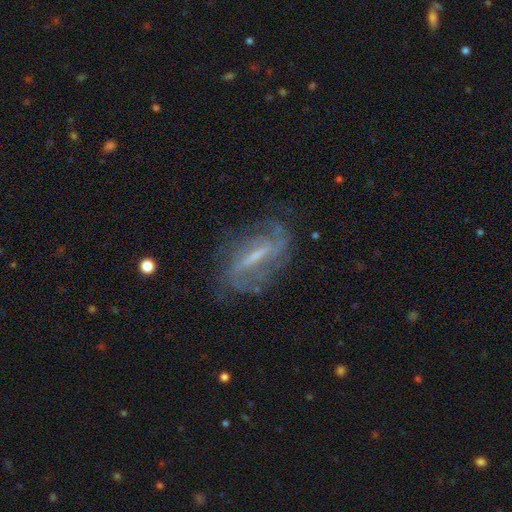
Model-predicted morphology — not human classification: This appears to be a featured or disk galaxy (79%) with a strong bar (57%), tight (40%) spiral arms (85%) and a small central bulge (43%). Merging: none (67%).